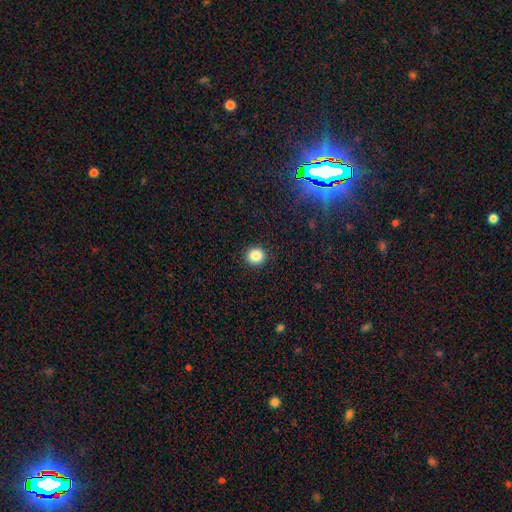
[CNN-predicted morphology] This appears to be a smooth galaxy with no disk features (86%) that is round (92%). Merging: none (92%).